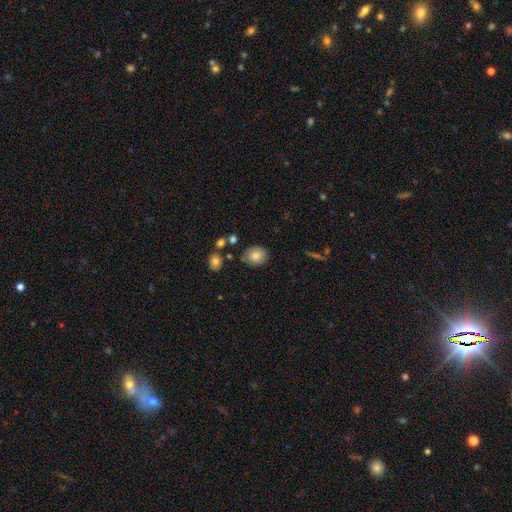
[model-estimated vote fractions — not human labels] A smooth galaxy with no disk features (82%) that is round (66%).

Vote fractions:
- Smooth or featured? smooth: 82% / star or artifact: 9% / featured or disk: 9%
- How rounded? round: 66% / in between: 33% / cigar-shaped: 1%
- Merging? none: 80% / minor disturbance: 13% / merger: 4% / major disturbance: 3%